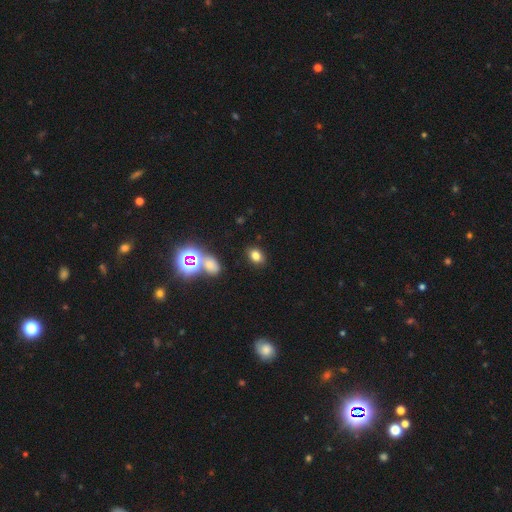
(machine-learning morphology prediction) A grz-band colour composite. It shows a smooth galaxy with no disk features (76%) that is in between round and cigar-shaped (68%). Merging: none (85%).